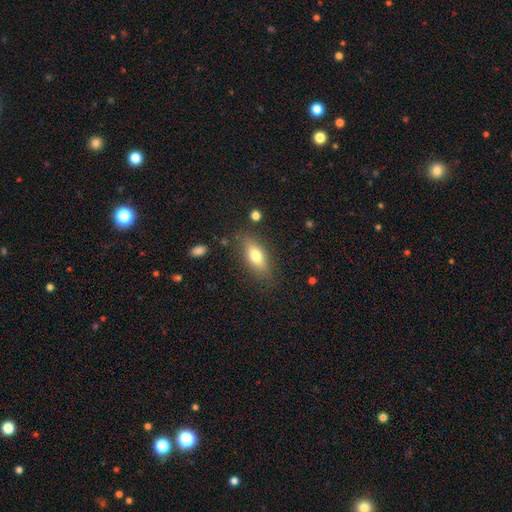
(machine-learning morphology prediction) A smooth galaxy with no disk features (73%) that is in between round and cigar-shaped (75%).

Vote fractions:
- Smooth or featured? smooth: 73% / featured or disk: 20% / star or artifact: 8%
- How rounded? in between: 75% / cigar-shaped: 21% / round: 4%
- Merging? none: 80% / minor disturbance: 14% / major disturbance: 4% / merger: 2%